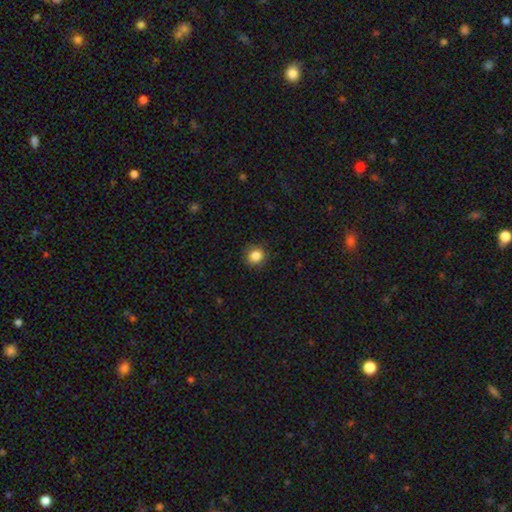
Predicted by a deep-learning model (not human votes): This is clearly a smooth galaxy (86%). How rounded: clearly round (86%). Merging: clearly none (88%).